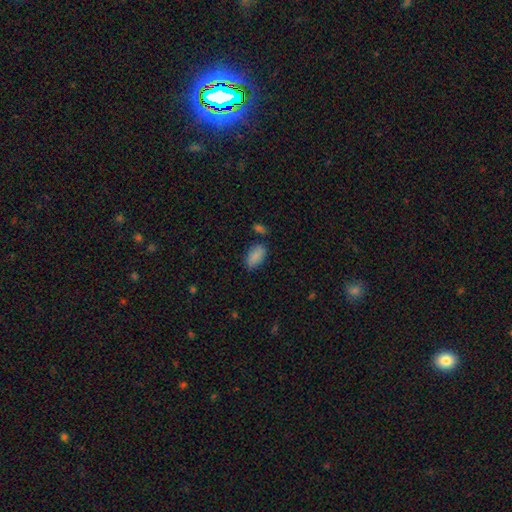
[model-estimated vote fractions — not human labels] smooth 87%, star or artifact 8%, featured or disk 5%. Down the decision tree: how rounded — in between (93%); merging — none (75%).